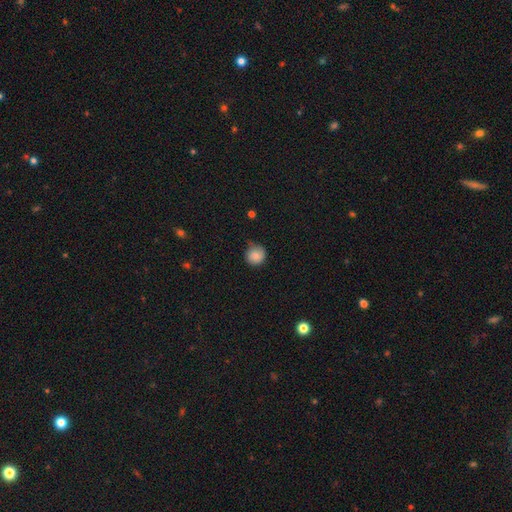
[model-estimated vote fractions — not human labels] The model was most divided on "merging": none: 64%, minor disturbance: 29%, major disturbance: 5%, merger: 2%. More confident: how rounded — round (91%); smooth or featured — smooth (84%).